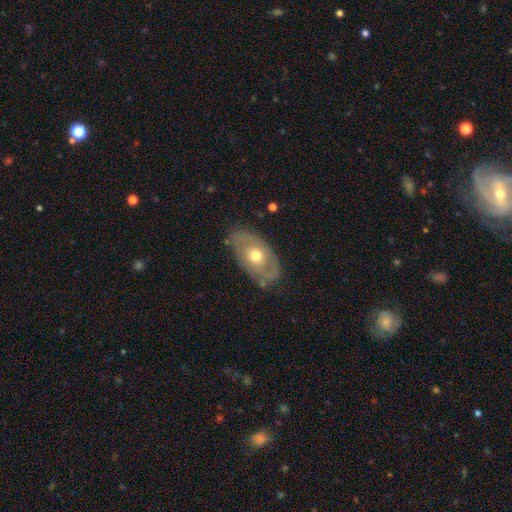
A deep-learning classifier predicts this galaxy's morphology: A featured or disk galaxy (54%).

Vote fractions:
- Smooth or featured? featured or disk: 54% / smooth: 40% / star or artifact: 6%
- Edge-on disk? no: 87% / yes: 13%
- Merging? none: 76% / minor disturbance: 17% / major disturbance: 5% / merger: 2%